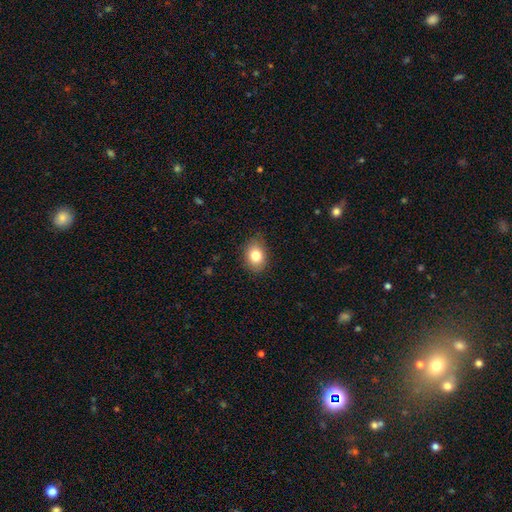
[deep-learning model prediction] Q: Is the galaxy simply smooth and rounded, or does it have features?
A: smooth — 82%.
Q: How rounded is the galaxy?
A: in between — 60%.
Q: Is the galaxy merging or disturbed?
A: none — 83%.